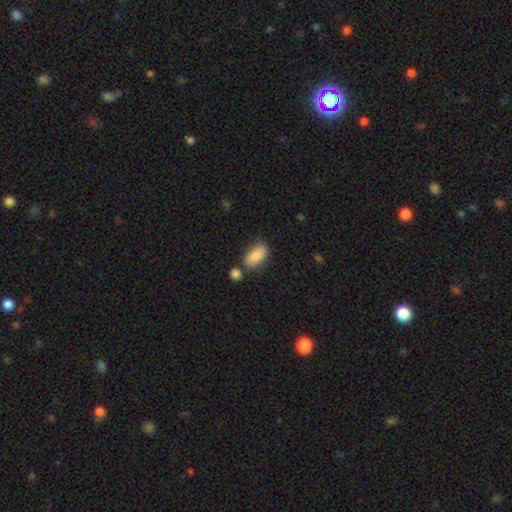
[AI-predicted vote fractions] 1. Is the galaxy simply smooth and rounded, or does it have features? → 86% smooth, 7% featured or disk, 7% star or artifact.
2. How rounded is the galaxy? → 91% in between, 5% cigar-shaped, 4% round.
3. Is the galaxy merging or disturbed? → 67% none, 16% minor disturbance, 13% merger, 4% major disturbance.